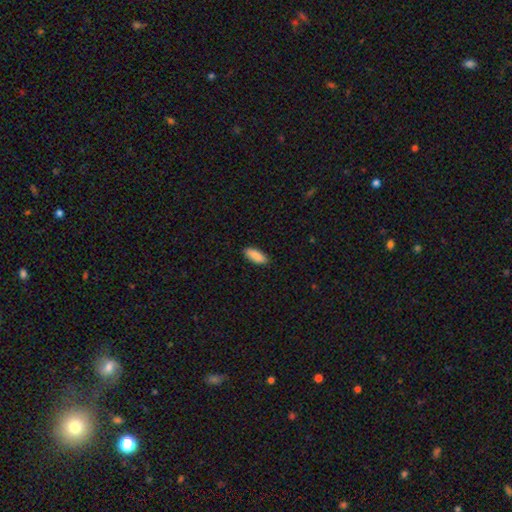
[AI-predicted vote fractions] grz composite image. It shows a smooth galaxy with no disk features (90%) that is in between round and cigar-shaped (78%). Merging: none (89%).